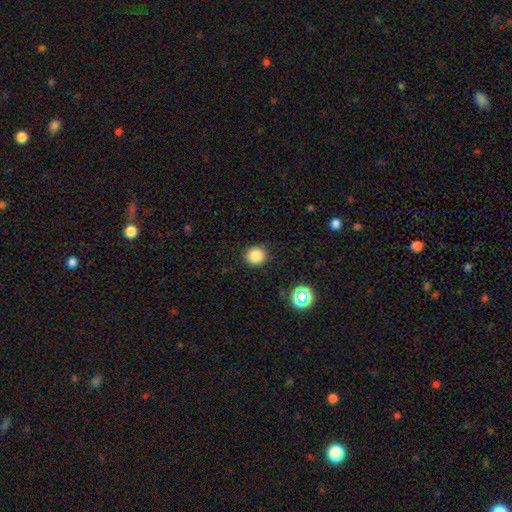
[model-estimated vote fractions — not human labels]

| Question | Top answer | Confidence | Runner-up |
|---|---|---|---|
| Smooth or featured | smooth | 84% | star or artifact (12%) |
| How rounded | round | 89% | in between (10%) |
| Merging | none | 90% | minor disturbance (7%) |